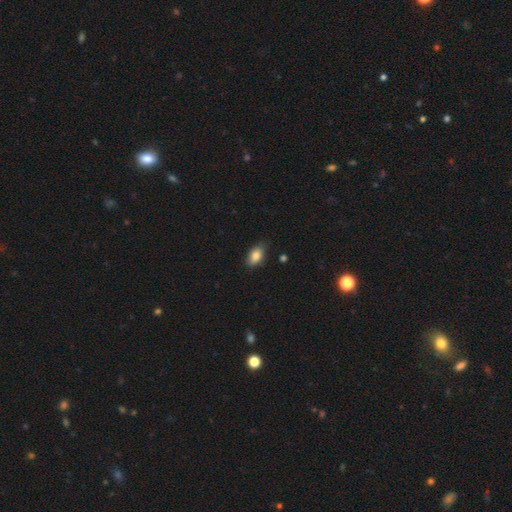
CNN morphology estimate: A smooth galaxy with no disk features (85%) that is in between round and cigar-shaped (90%). Merging: none (80%).